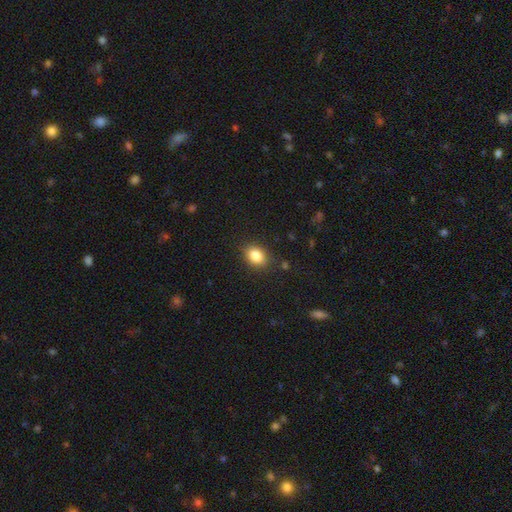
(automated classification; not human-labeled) Morphology: type=smooth (85%); roundness=in between (64%); merging=none (85%).